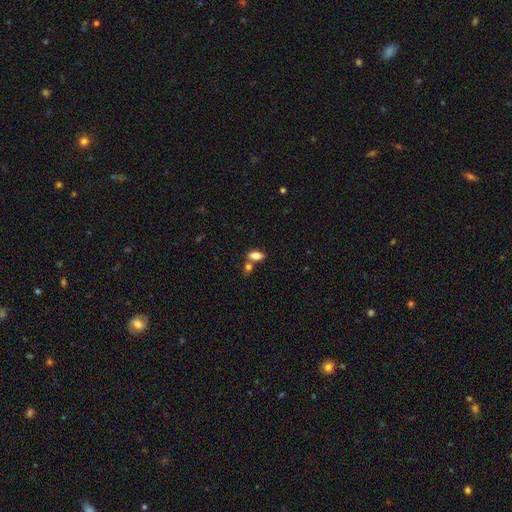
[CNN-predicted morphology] A smooth galaxy with no disk features (77%) that is in between round and cigar-shaped (86%). Merging: none (56%).